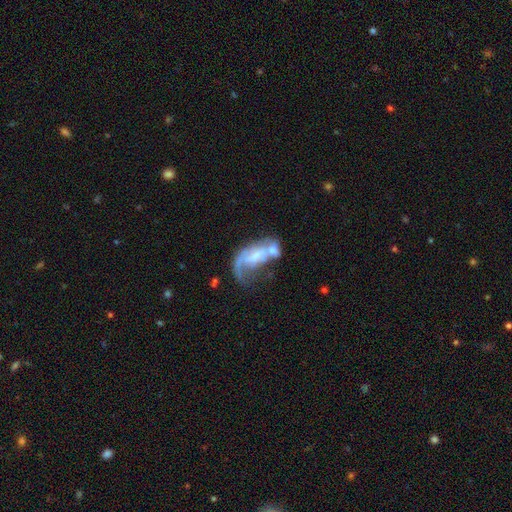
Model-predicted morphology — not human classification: Overall: featured or disk (64%; smooth 26%). Edge-on disk: no (95%). Bar: no (58%; weak 30%). Spiral arms: yes (58%; no 42%). Bulge size: none (36%; small 32%). Merging: merger (40%; major disturbance 32%).